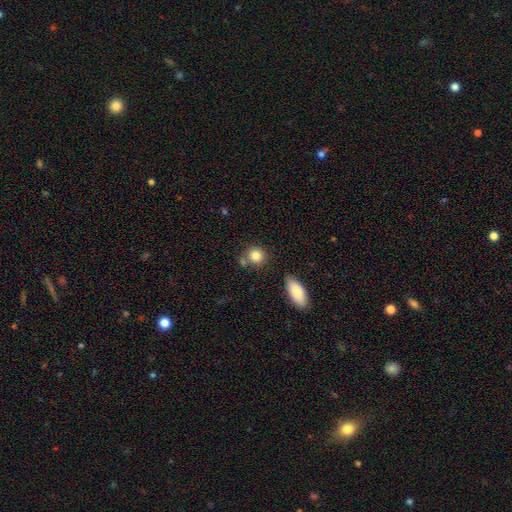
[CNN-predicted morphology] Smooth or featured?
  - smooth: 84% *
  - star or artifact: 9%
  - featured or disk: 8%
How rounded?
  - round: 84% *
  - in between: 14%
  - cigar-shaped: 2%
Merging?
  - none: 69% *
  - merger: 15%
  - minor disturbance: 12%
  - major disturbance: 3%